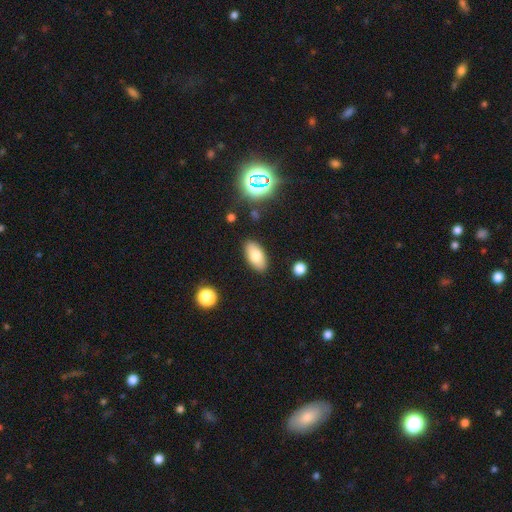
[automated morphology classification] This appears to be a smooth galaxy with no disk features (75%) that is in between round and cigar-shaped (93%). Merging: none (87%).